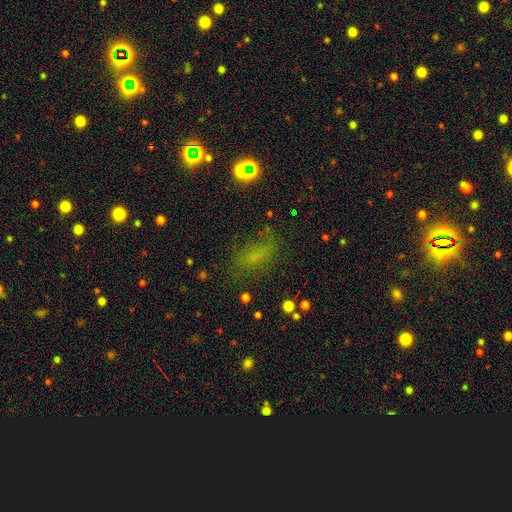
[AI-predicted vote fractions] This is possibly a smooth galaxy (55%). How rounded: likely in between (78%). Merging: possibly none (57%).